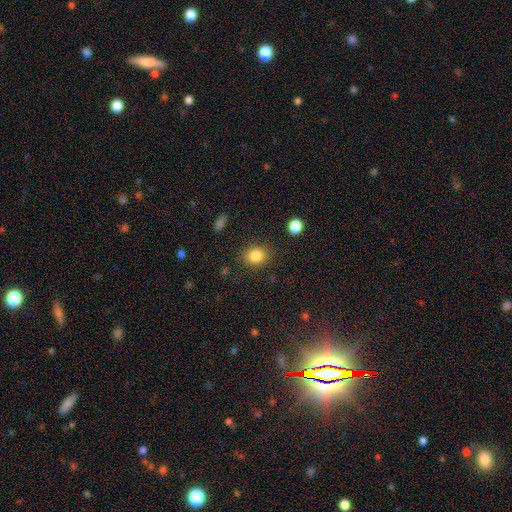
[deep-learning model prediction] Smooth or featured?
  - smooth: 84% *
  - star or artifact: 10%
  - featured or disk: 6%
How rounded?
  - round: 54% *
  - in between: 45%
  - cigar-shaped: 1%
Merging?
  - none: 85% *
  - minor disturbance: 10%
  - major disturbance: 3%
  - merger: 2%